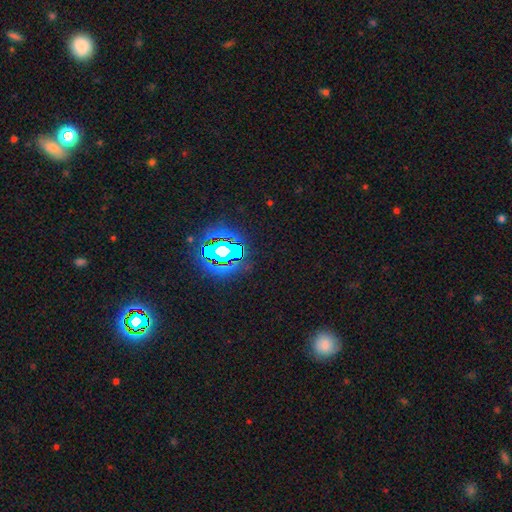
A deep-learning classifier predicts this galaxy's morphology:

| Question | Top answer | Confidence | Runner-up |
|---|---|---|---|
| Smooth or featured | star or artifact | 80% | smooth (13%) |